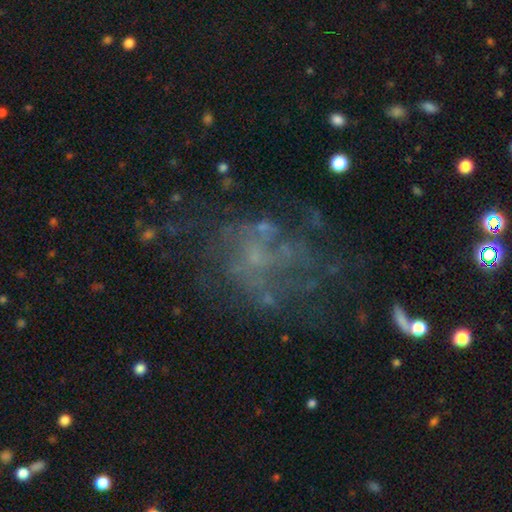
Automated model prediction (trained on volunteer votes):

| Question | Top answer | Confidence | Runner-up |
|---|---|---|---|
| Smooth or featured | featured or disk | 59% | star or artifact (24%) |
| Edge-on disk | no | 98% | yes (2%) |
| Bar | no | 88% | weak (10%) |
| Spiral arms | no | 74% | yes (26%) |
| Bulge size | none | 57% | small (30%) |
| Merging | none | 46% | major disturbance (31%) |